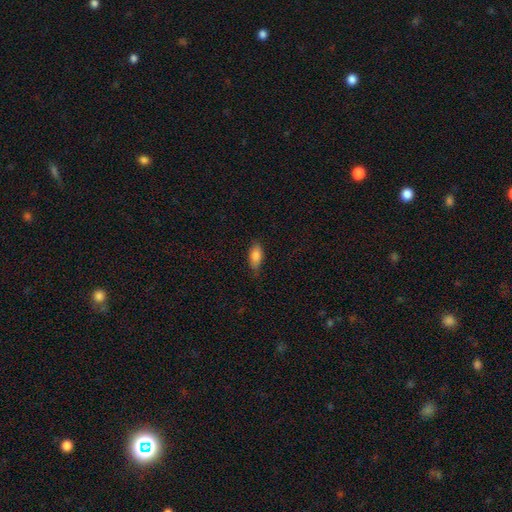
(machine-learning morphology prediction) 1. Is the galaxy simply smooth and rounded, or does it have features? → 83% smooth, 9% featured or disk, 7% star or artifact.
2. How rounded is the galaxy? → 84% in between, 13% cigar-shaped, 3% round.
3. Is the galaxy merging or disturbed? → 72% none, 23% minor disturbance, 4% major disturbance, 1% merger.